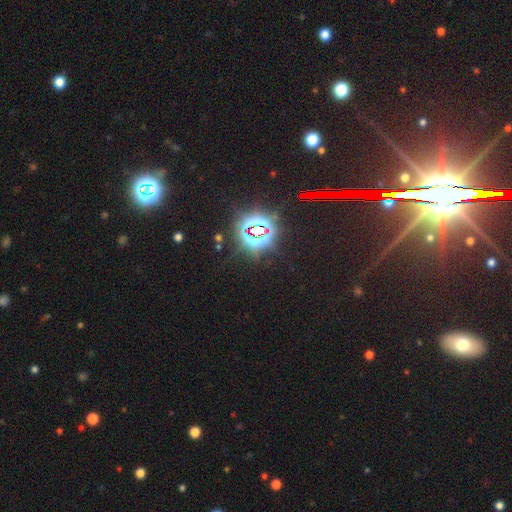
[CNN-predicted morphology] This appears to be a star or artifact, not a galaxy (77%).